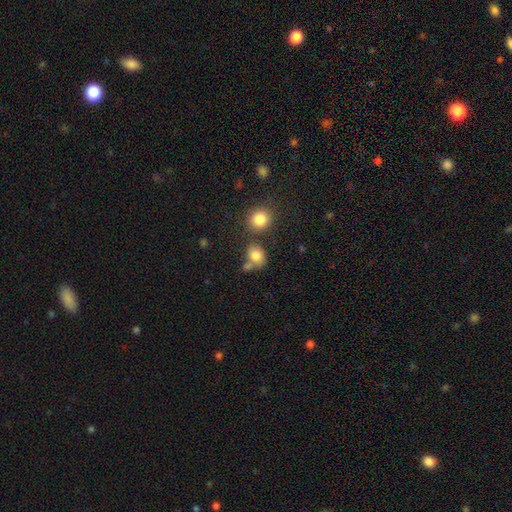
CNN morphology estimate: smooth 81%, star or artifact 11%, featured or disk 8%. Down the decision tree: how rounded — in between (52%); merging — none (52%).